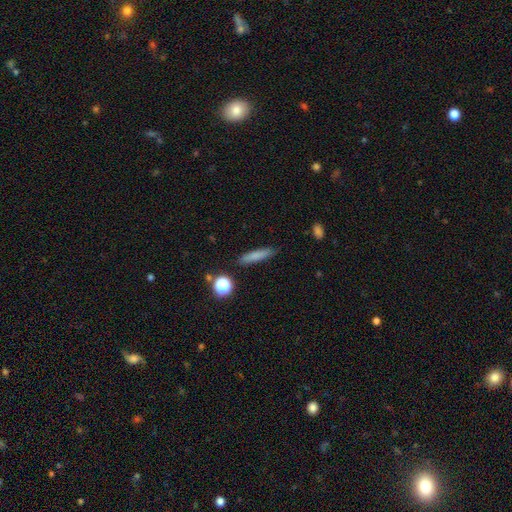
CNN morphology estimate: Q: Smooth or featured?
A: smooth (76%); runner-up: featured or disk (14%)
Q: How rounded?
A: cigar-shaped (86%); runner-up: in between (11%)
Q: Merging?
A: none (87%); runner-up: minor disturbance (9%)